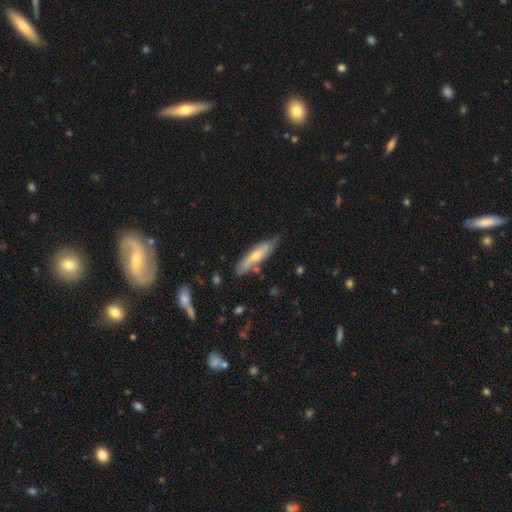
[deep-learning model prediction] Smooth or featured? Predicted: featured or disk (p=0.48). Merging? Predicted: none (p=0.67).